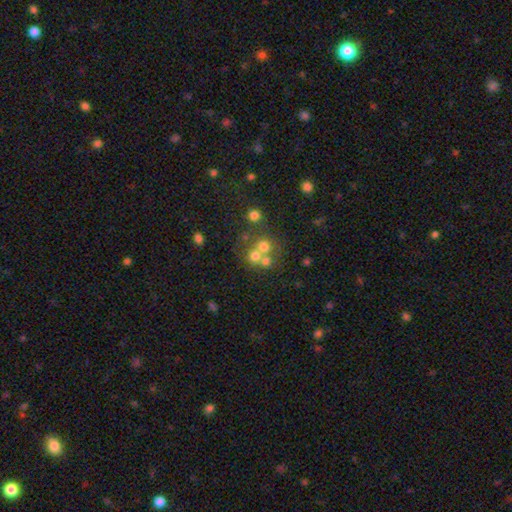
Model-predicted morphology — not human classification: smooth_or_featured: smooth (p=0.60) [alt: featured or disk p=0.21]
how_rounded: round (p=0.86) [alt: in between p=0.13]
merging: merger (p=0.46) [alt: none p=0.42]